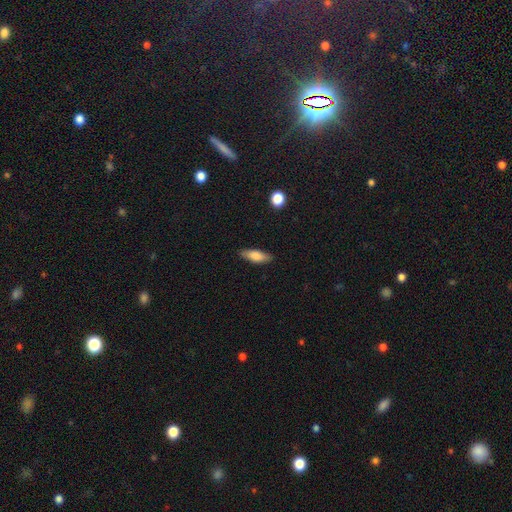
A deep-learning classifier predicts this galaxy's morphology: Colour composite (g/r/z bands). It shows a smooth galaxy with no disk features (79%) that is in between round and cigar-shaped (60%). Merging: none (86%).